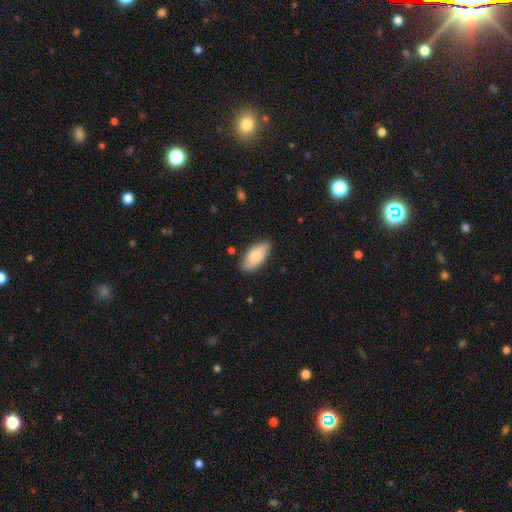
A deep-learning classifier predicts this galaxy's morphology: smooth_or_featured: smooth (p=0.81) [alt: featured or disk p=0.13]
how_rounded: in between (p=0.91) [alt: cigar-shaped p=0.07]
merging: none (p=0.83) [alt: minor disturbance p=0.13]